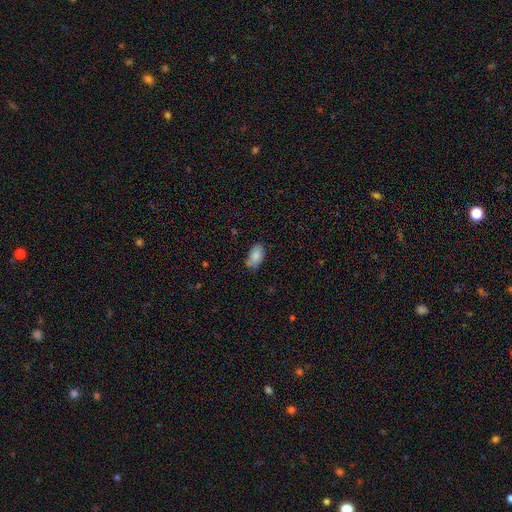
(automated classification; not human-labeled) Smooth or featured: smooth — 86% (featured or disk — 7%)
How rounded: in between — 93% (round — 5%)
Merging: none — 71% (minor disturbance — 23%)